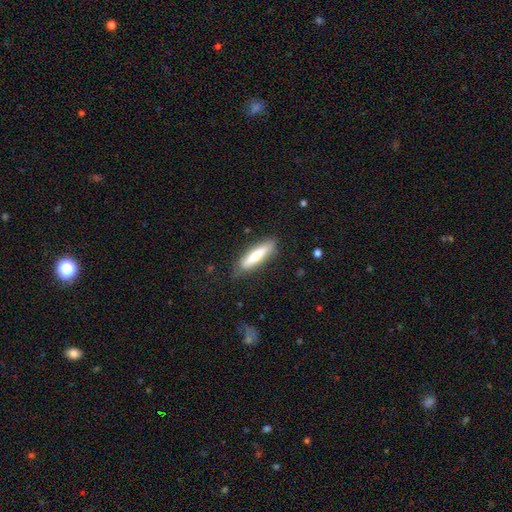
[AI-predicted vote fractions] Smooth or featured? Predicted: smooth (p=0.67). How rounded? Predicted: cigar-shaped (p=0.75). Merging? Predicted: none (p=0.78).